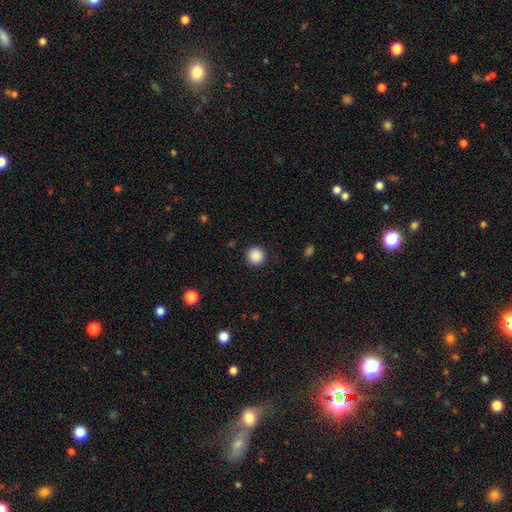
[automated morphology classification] The model was most divided on "smooth or featured": smooth: 88%, star or artifact: 9%, featured or disk: 2%. More confident: how rounded — round (95%); merging — none (91%).